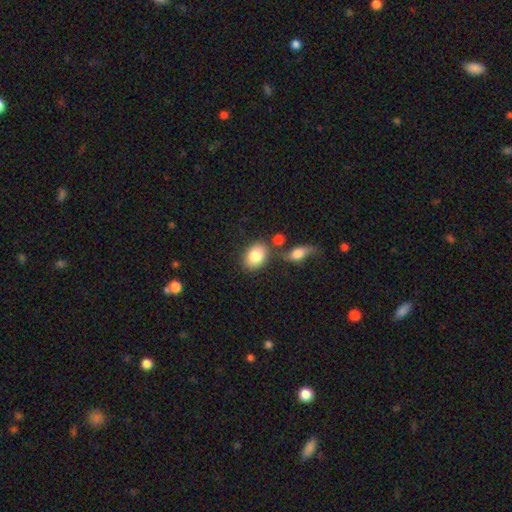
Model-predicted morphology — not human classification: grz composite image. It shows a smooth galaxy with no disk features (82%) that is in between round and cigar-shaped (76%). Merging: none (68%).